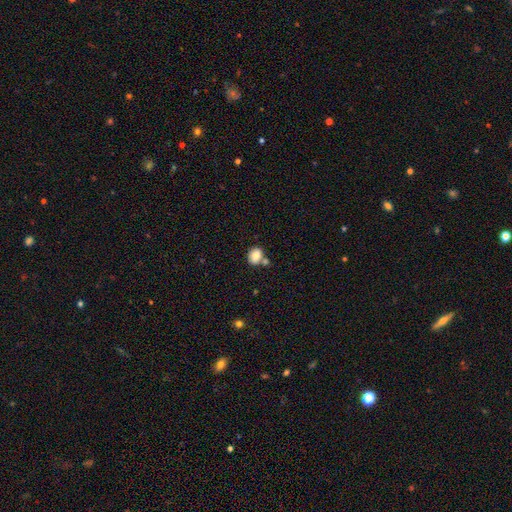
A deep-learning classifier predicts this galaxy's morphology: Smooth or featured? Predicted: smooth (p=0.83). How rounded? Predicted: round (p=0.53). Merging? Predicted: none (p=0.58).